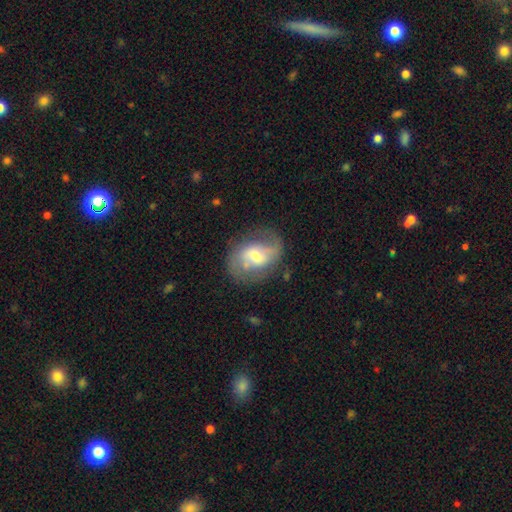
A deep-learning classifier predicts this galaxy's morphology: Smooth or featured?
  - featured or disk: 71% *
  - smooth: 21%
  - star or artifact: 8%
Edge-on disk?
  - no: 96% *
  - yes: 4%
Bar?
  - weak: 47% *
  - no: 31%
  - strong: 22%
Spiral arms?
  - yes: 86% *
  - no: 14%
Spiral winding?
  - medium: 43% *
  - loose: 38%
  - tight: 19%
Spiral arm count?
  - 2: 82% *
  - can't tell: 9%
  - 1: 5%
  - 3: 2%
  - 4: 1%
  - more than 4: 1%
Bulge size?
  - moderate: 58% *
  - small: 31%
  - large: 8%
  - none: 2%
  - dominant: 1%
Merging?
  - none: 69% *
  - minor disturbance: 19%
  - major disturbance: 9%
  - merger: 2%